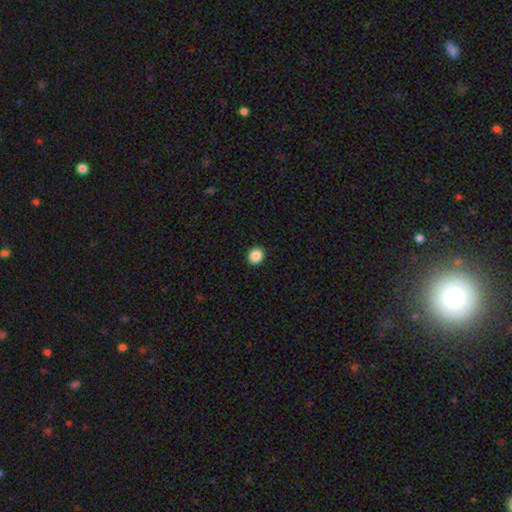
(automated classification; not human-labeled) Smooth or featured? Predicted: smooth (p=0.87). How rounded? Predicted: round (p=0.87). Merging? Predicted: none (p=0.93).